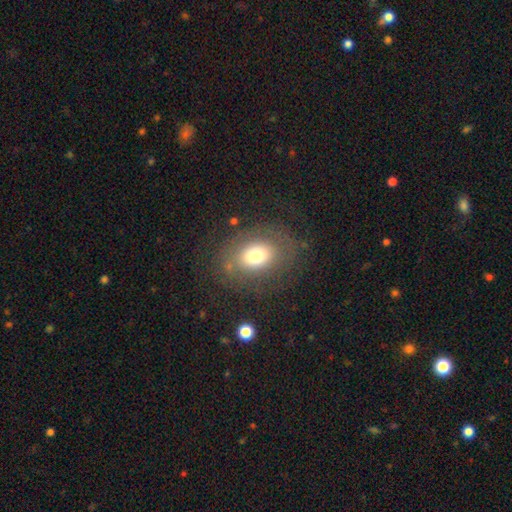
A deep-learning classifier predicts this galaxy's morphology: Q: Smooth or featured?
A: smooth (65%); runner-up: featured or disk (23%)
Q: How rounded?
A: in between (67%); runner-up: round (32%)
Q: Merging?
A: none (76%); runner-up: minor disturbance (13%)